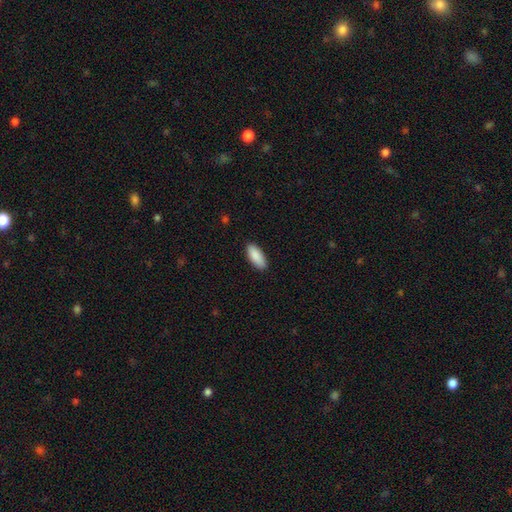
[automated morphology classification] A smooth galaxy with no disk features (90%) that is in between round and cigar-shaped (82%).

Vote fractions:
- Smooth or featured? smooth: 90% / star or artifact: 6% / featured or disk: 4%
- How rounded? in between: 82% / cigar-shaped: 16% / round: 2%
- Merging? none: 89% / minor disturbance: 9% / major disturbance: 2% / merger: 1%